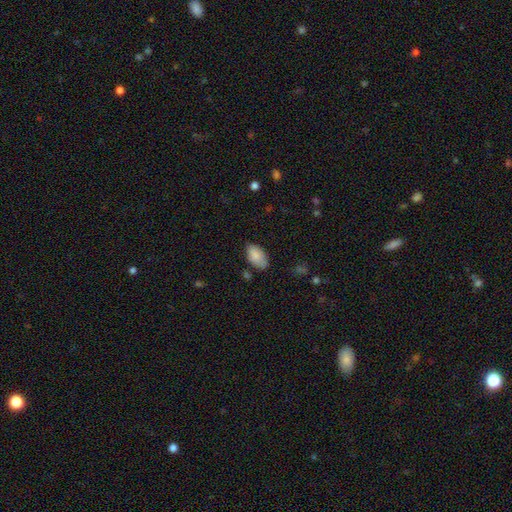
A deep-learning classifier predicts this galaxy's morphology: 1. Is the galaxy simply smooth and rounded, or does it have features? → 86% smooth, 7% featured or disk, 7% star or artifact.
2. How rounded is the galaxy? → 94% in between, 4% round, 2% cigar-shaped.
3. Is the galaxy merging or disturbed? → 72% none, 21% minor disturbance, 4% major disturbance, 3% merger.